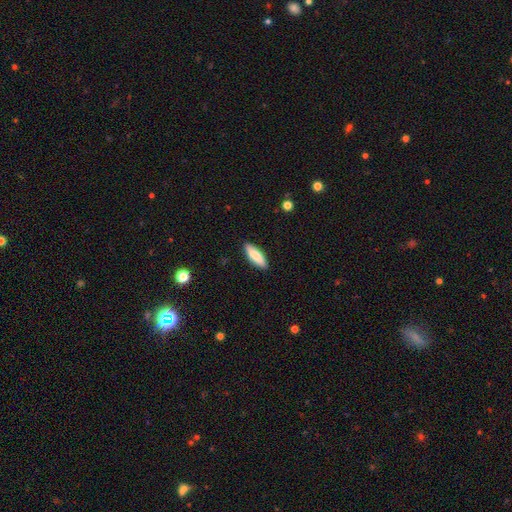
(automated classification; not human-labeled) Smooth or featured: smooth — 80% (featured or disk — 14%)
How rounded: in between — 51% (cigar-shaped — 47%)
Merging: none — 89% (minor disturbance — 8%)